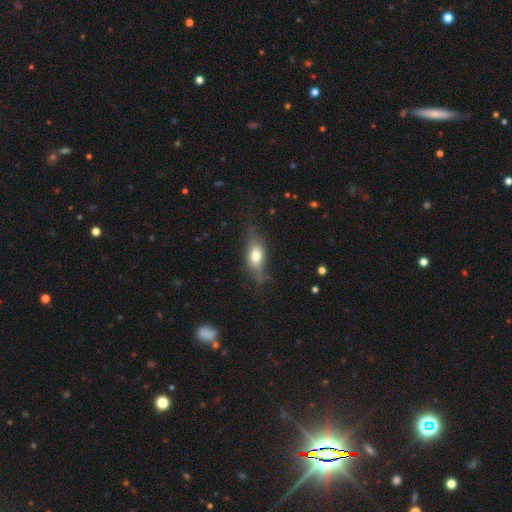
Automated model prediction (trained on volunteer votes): This appears to be a smooth galaxy with no disk features (56%) that is in between round and cigar-shaped (68%). Merging: none (61%).